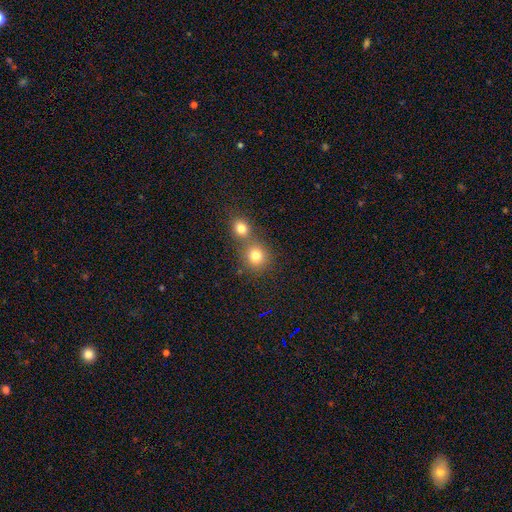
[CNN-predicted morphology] Overall: smooth (78%). How rounded: round (87%). Merging: none (55%; merger 36%).